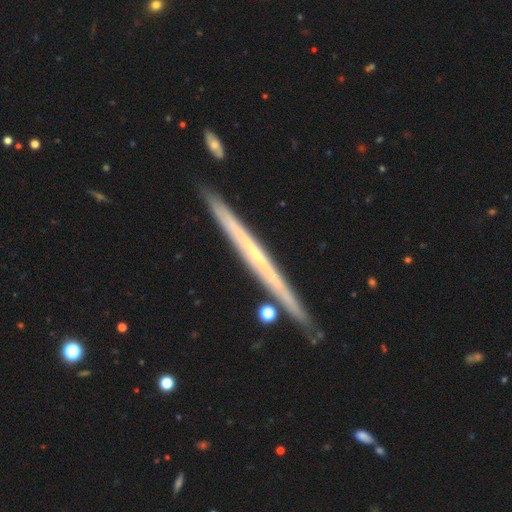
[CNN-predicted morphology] featured or disk 73%, smooth 21%, star or artifact 6%. Down the decision tree: edge-on disk — yes (96%); edge-on bulge — none (76%); merging — none (87%).